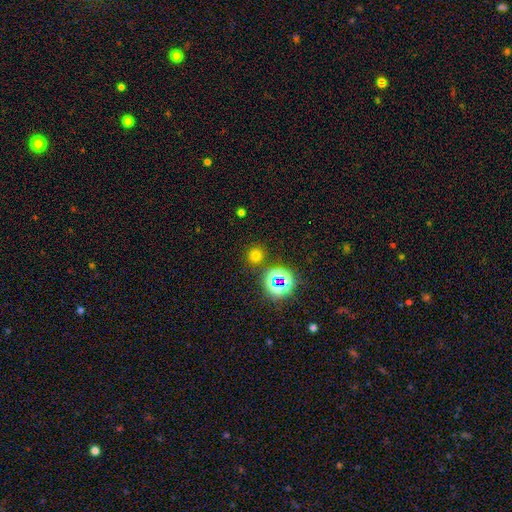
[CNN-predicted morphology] smooth-or-featured: smooth: 66% | star or artifact: 29% | featured or disk: 6%
  how-rounded: round: 89% | in between: 10% | cigar-shaped: 1%
  merging: none: 85% | minor disturbance: 8% | merger: 4% | major disturbance: 3%